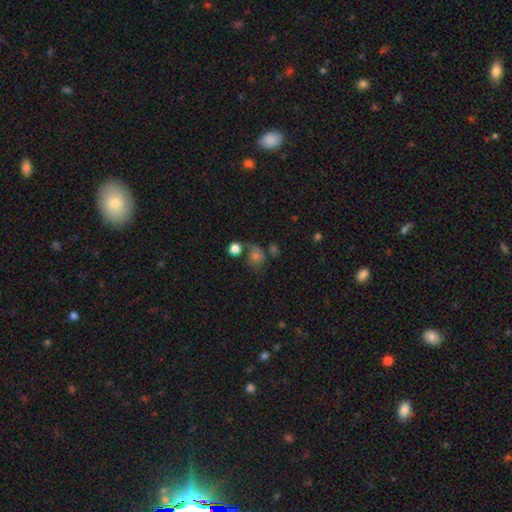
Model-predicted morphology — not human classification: The model was most divided on "merging": none: 50%, minor disturbance: 20%, merger: 16%, major disturbance: 14%. More confident: how rounded — round (67%); smooth or featured — smooth (58%).